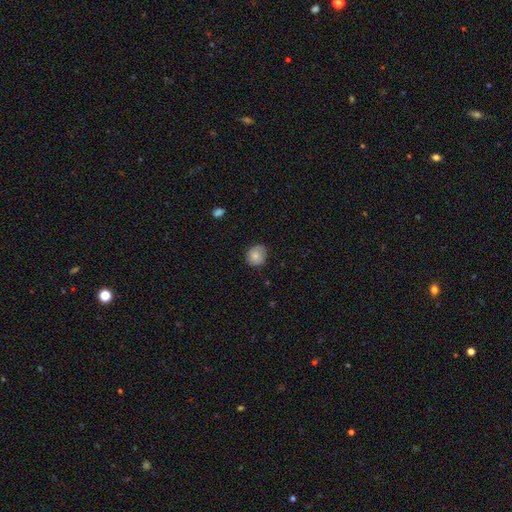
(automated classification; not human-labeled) This appears to be a smooth galaxy with no disk features (82%) that is round (83%). Merging: none (76%).